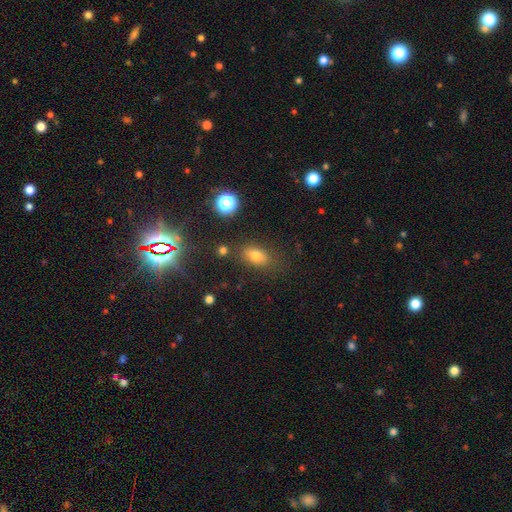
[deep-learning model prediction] smooth-or-featured: smooth: 65% | star or artifact: 24% | featured or disk: 12%
  how-rounded: in between: 80% | round: 14% | cigar-shaped: 6%
  merging: none: 80% | minor disturbance: 12% | major disturbance: 4% | merger: 4%